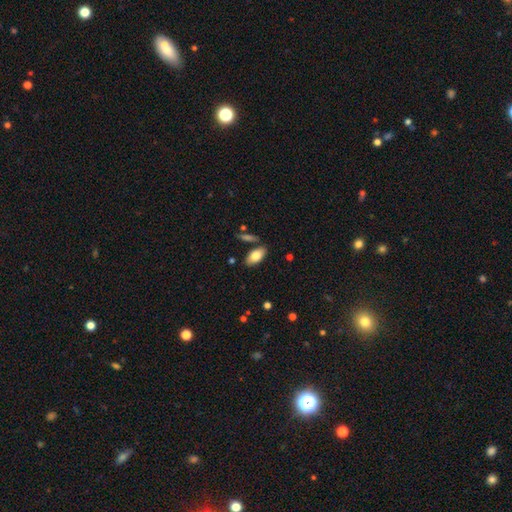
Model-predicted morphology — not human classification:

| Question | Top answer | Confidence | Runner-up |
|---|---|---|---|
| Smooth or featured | smooth | 80% | featured or disk (14%) |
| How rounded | in between | 91% | cigar-shaped (6%) |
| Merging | none | 82% | minor disturbance (11%) |